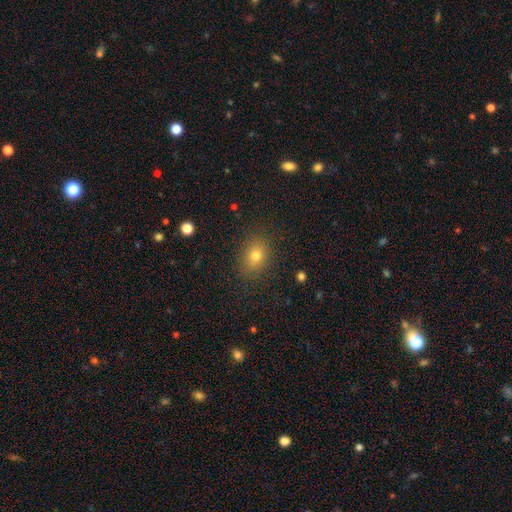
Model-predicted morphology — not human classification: Smooth or featured?
  - smooth: 77% *
  - star or artifact: 14%
  - featured or disk: 9%
How rounded?
  - in between: 61% *
  - round: 38%
  - cigar-shaped: 1%
Merging?
  - none: 86% *
  - minor disturbance: 10%
  - major disturbance: 3%
  - merger: 1%